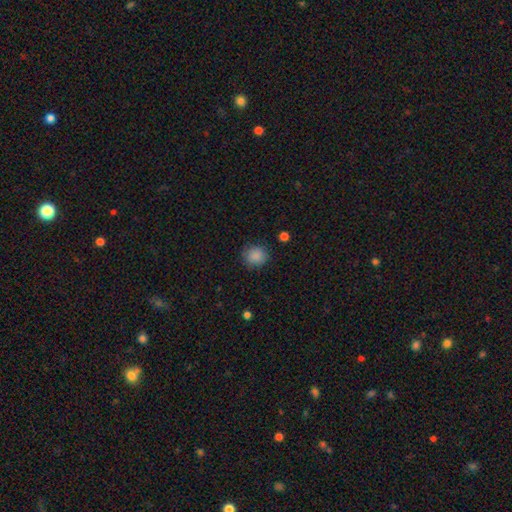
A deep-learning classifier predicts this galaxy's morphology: Smooth or featured: smooth — 87% (star or artifact — 9%)
How rounded: round — 87% (in between — 12%)
Merging: none — 85% (minor disturbance — 10%)